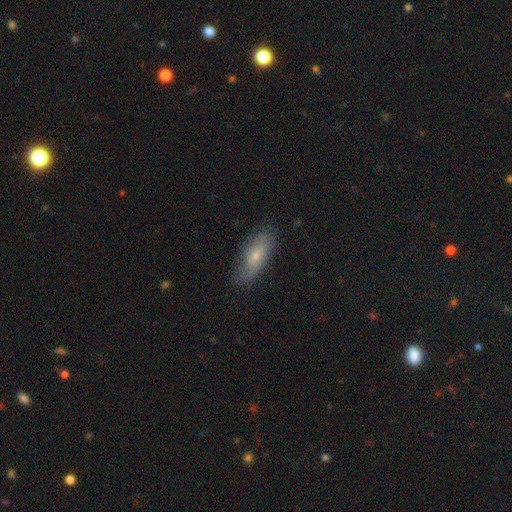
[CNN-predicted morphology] Smooth or featured? Predicted: smooth (p=0.61). How rounded? Predicted: in between (p=0.71). Merging? Predicted: none (p=0.74).